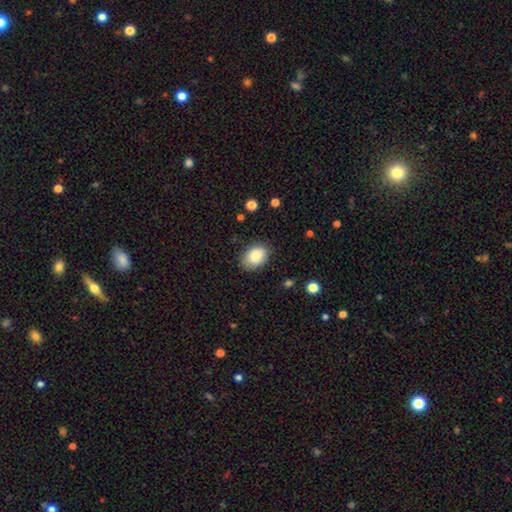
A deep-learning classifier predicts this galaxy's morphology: smooth-or-featured: smooth: 84% | featured or disk: 9% | star or artifact: 7%
  how-rounded: in between: 75% | round: 24% | cigar-shaped: 1%
  merging: none: 83% | minor disturbance: 13% | major disturbance: 3% | merger: 1%